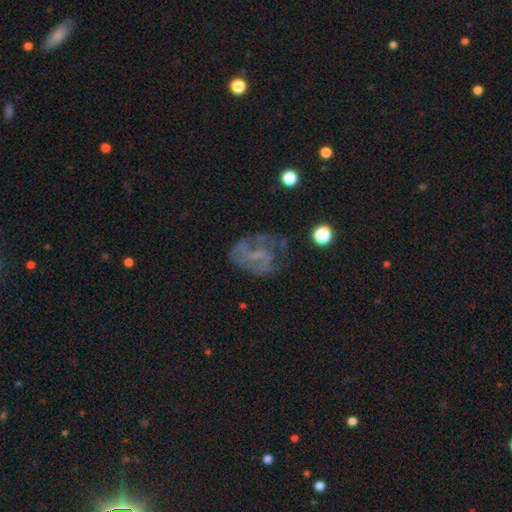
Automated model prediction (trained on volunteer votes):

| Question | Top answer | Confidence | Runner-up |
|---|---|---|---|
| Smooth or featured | featured or disk | 65% | smooth (20%) |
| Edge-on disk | no | 97% | yes (3%) |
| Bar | no | 51% | weak (38%) |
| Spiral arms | yes | 74% | no (26%) |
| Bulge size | none | 50% | small (36%) |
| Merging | none | 52% | major disturbance (23%) |